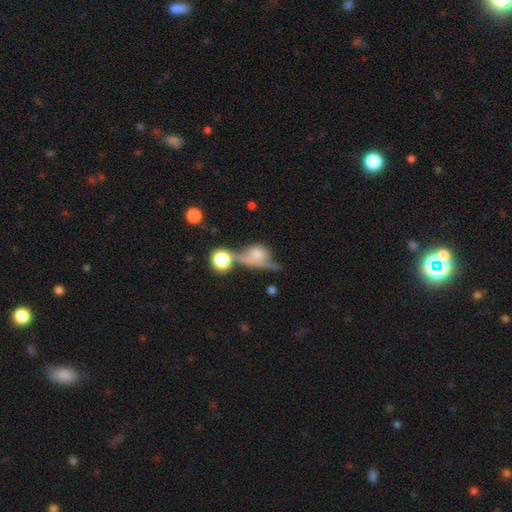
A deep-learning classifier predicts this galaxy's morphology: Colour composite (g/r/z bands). It shows a smooth galaxy with no disk features (51%) that is round (56%). Merging: merger (34%).